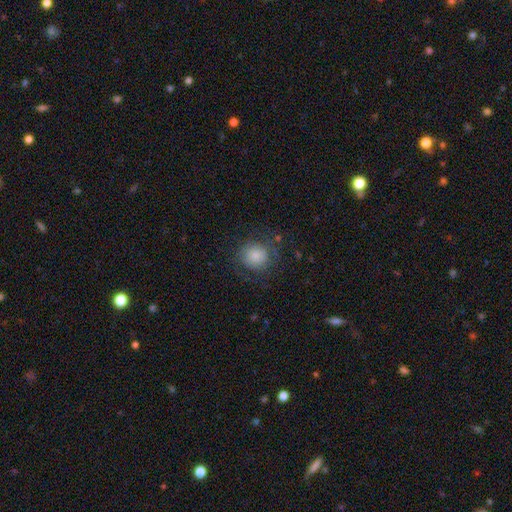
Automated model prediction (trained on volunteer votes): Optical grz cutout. It shows a smooth galaxy with no disk features (79%) that is round (87%). Merging: none (74%).